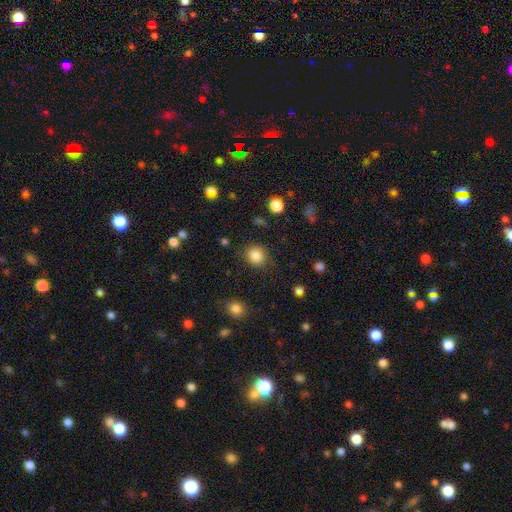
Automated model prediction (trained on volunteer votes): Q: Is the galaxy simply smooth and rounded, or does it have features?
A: smooth — 86%.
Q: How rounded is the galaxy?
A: round — 85%.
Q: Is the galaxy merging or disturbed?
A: none — 84%.